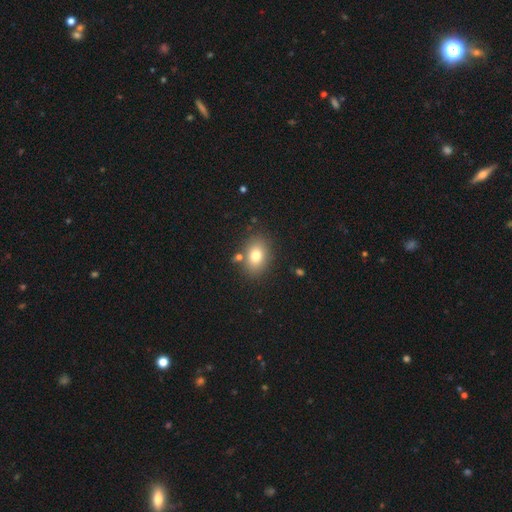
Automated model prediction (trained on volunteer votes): Morphology: type=smooth (78%); roundness=in between (75%); merging=none (79%).